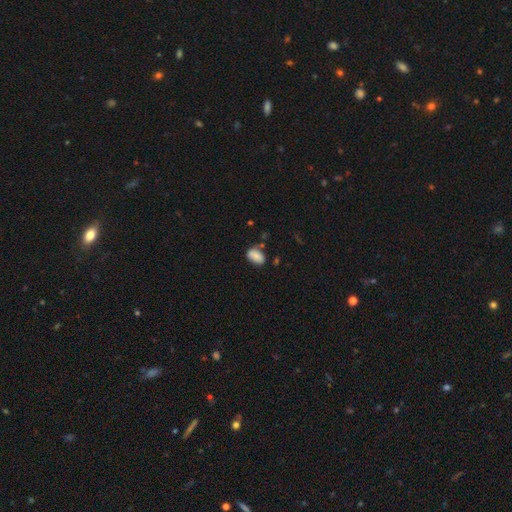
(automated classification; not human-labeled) smooth 84%, star or artifact 8%, featured or disk 7%. Down the decision tree: how rounded — in between (89%); merging — none (64%).